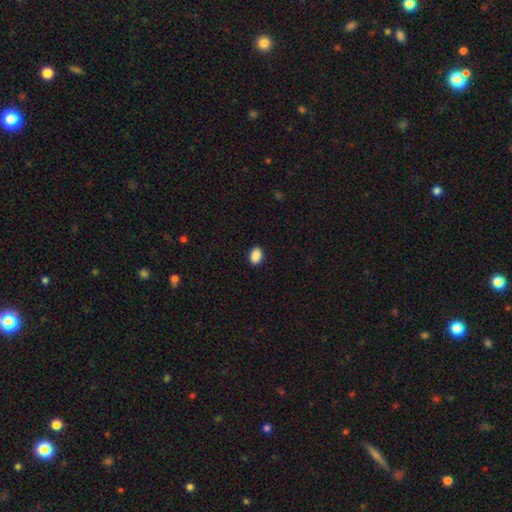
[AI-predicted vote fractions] This is clearly a smooth galaxy (89%). How rounded: clearly in between (81%). Merging: clearly none (90%).